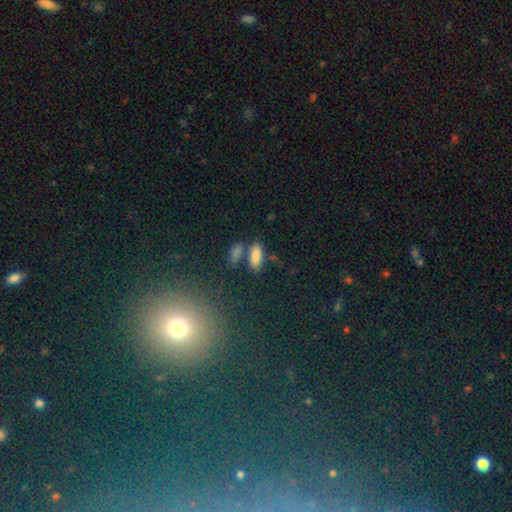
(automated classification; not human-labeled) smooth 81%, star or artifact 11%, featured or disk 7%. Down the decision tree: how rounded — in between (74%); merging — none (62%).